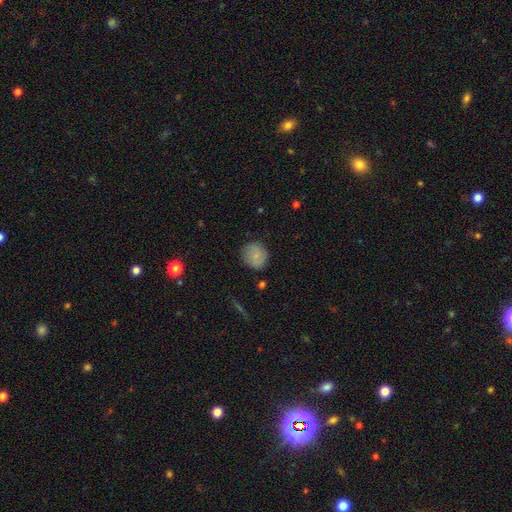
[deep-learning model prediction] This appears to be a smooth galaxy with no disk features (75%) that is round (86%). Merging: none (85%).